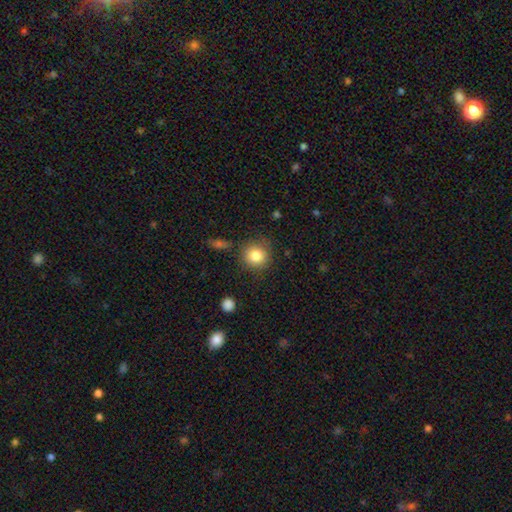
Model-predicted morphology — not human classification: Overall: smooth (83%). How rounded: round (90%). Merging: none (84%).